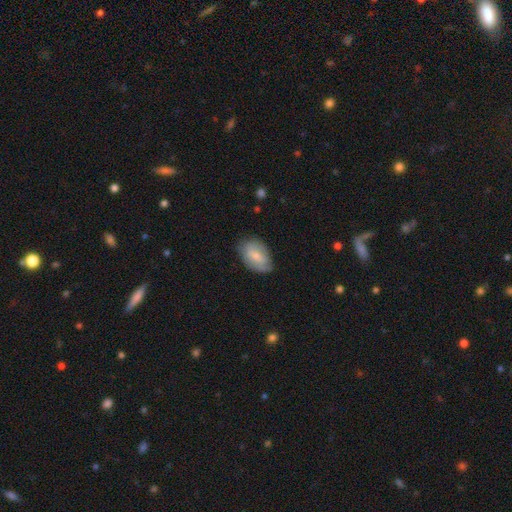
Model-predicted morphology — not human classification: smooth_or_featured: smooth (p=0.63) [alt: featured or disk p=0.31]
how_rounded: in between (p=0.87) [alt: round p=0.11]
merging: none (p=0.67) [alt: minor disturbance p=0.25]